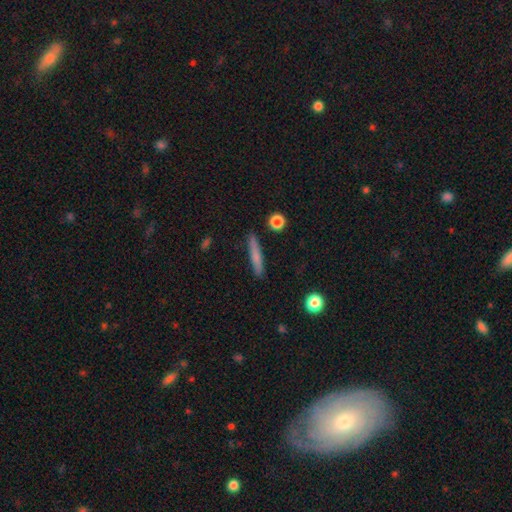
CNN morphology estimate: Overall: smooth (69%). How rounded: cigar-shaped (93%). Merging: none (88%).